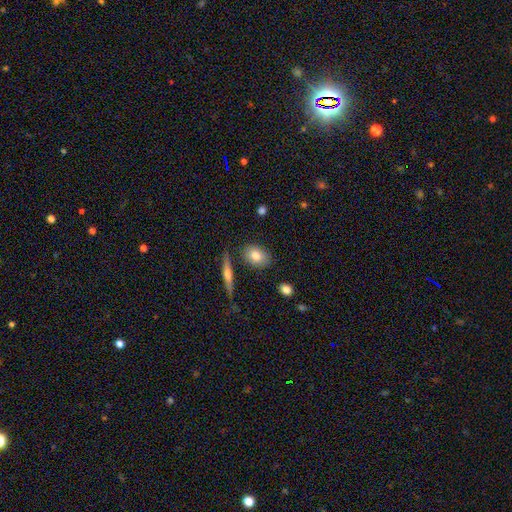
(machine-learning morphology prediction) A smooth galaxy with no disk features (79%) that is in between round and cigar-shaped (72%).

Vote fractions:
- Smooth or featured? smooth: 79% / featured or disk: 14% / star or artifact: 7%
- How rounded? in between: 72% / round: 24% / cigar-shaped: 4%
- Merging? none: 79% / minor disturbance: 12% / merger: 5% / major disturbance: 3%